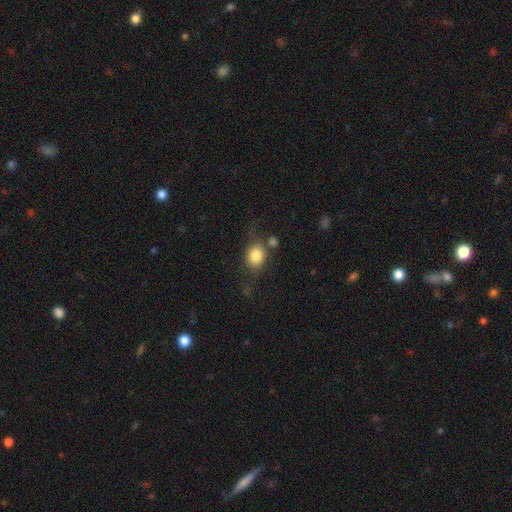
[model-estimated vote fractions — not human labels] Smooth or featured? Predicted: smooth (p=0.81). How rounded? Predicted: round (p=0.53). Merging? Predicted: none (p=0.57).